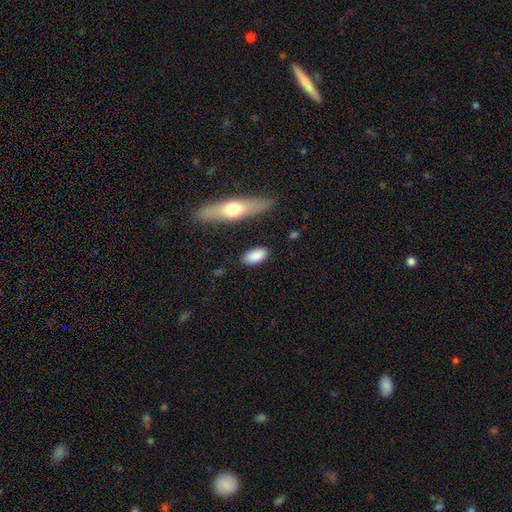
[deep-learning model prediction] Smooth or featured: smooth — 86% (featured or disk — 8%)
How rounded: in between — 89% (cigar-shaped — 7%)
Merging: none — 83% (minor disturbance — 12%)